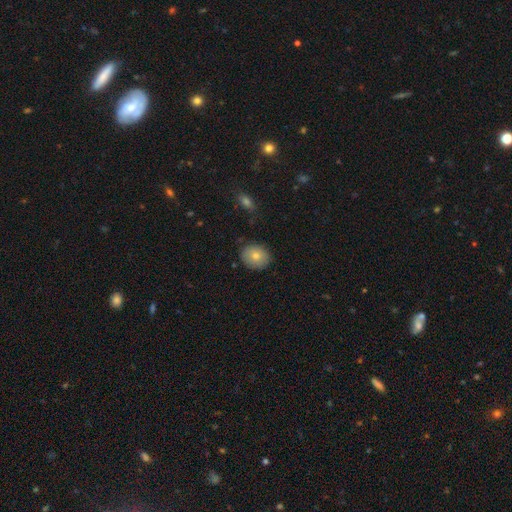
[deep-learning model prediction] smooth 76%, featured or disk 16%, star or artifact 8%. Down the decision tree: how rounded — round (60%); merging — none (84%).